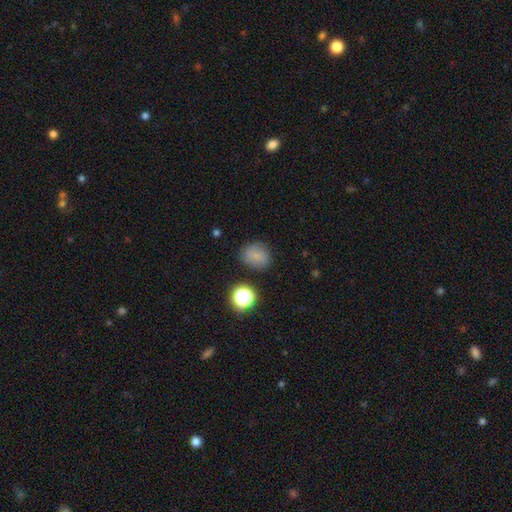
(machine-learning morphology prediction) A smooth galaxy with no disk features (77%) that is round (66%). Merging: none (80%).